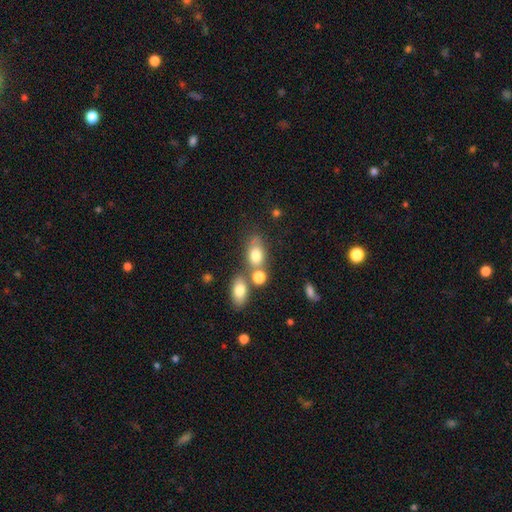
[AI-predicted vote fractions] This appears to be a smooth galaxy with no disk features (76%) that is in between round and cigar-shaped (78%). Merging: none (46%).